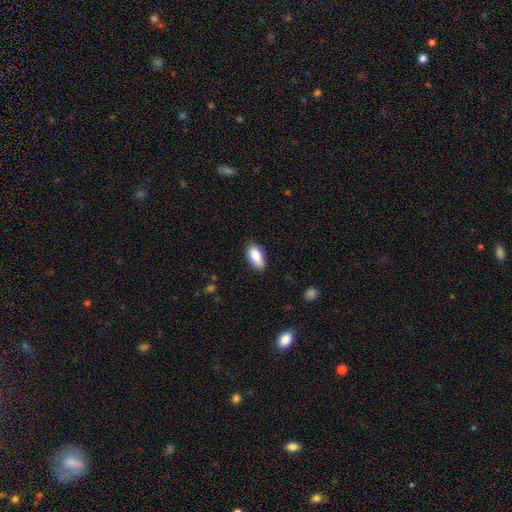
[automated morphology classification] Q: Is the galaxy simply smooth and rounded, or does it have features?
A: smooth — 87%.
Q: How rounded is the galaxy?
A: in between — 88%.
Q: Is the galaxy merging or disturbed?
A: none — 82%.